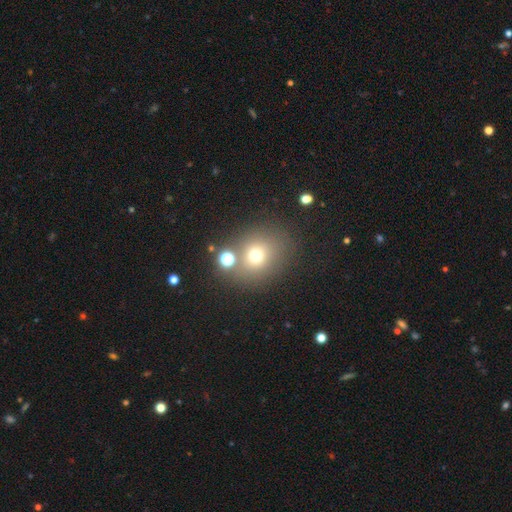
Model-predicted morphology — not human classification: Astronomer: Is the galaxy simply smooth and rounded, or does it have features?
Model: smooth — 68%.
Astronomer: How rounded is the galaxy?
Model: round — 70%.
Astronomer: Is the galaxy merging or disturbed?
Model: none — 70%.